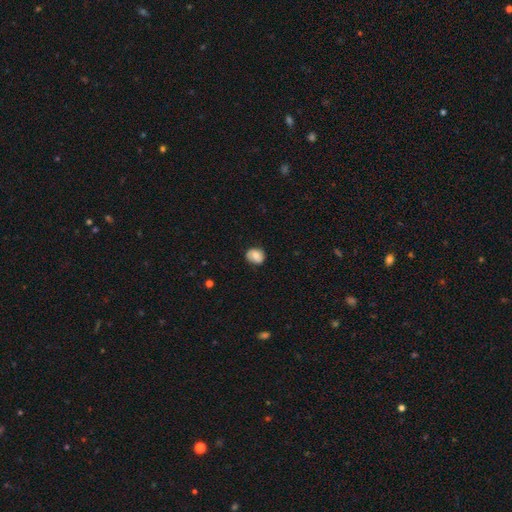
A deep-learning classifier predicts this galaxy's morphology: The model was most divided on "how rounded": round: 66%, in between: 33%, cigar-shaped: 1%. More confident: merging — none (78%); smooth or featured — smooth (63%).